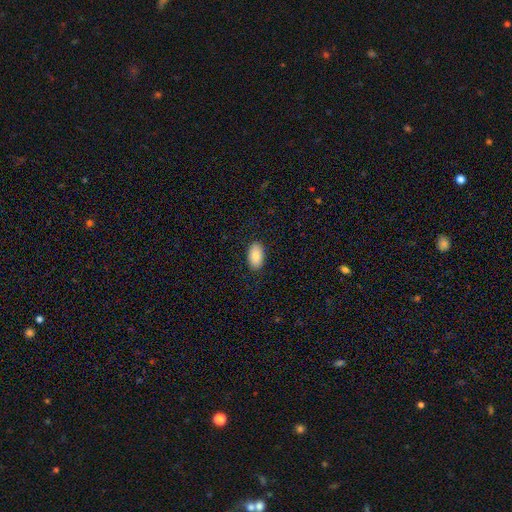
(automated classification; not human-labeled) smooth-or-featured: smooth: 84% | featured or disk: 9% | star or artifact: 7%
  how-rounded: in between: 95% | round: 4% | cigar-shaped: 2%
  merging: none: 88% | minor disturbance: 9% | major disturbance: 2% | merger: 1%